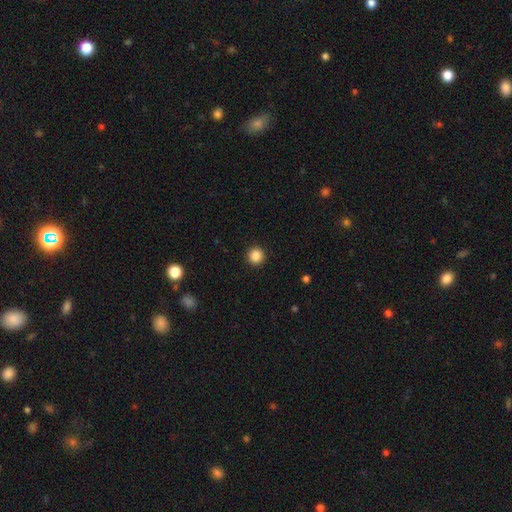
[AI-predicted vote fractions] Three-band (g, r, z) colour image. It shows a smooth galaxy with no disk features (87%) that is round (96%). Merging: none (93%).